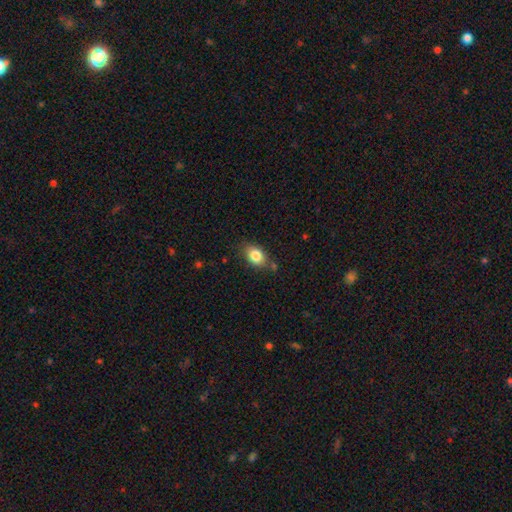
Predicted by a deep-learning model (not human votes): Smooth or featured?
  - smooth: 83% *
  - star or artifact: 9%
  - featured or disk: 8%
How rounded?
  - in between: 73% *
  - round: 25%
  - cigar-shaped: 1%
Merging?
  - none: 75% *
  - minor disturbance: 17%
  - merger: 4%
  - major disturbance: 4%